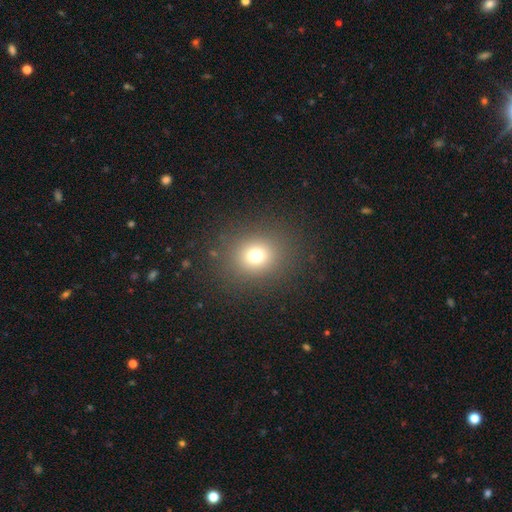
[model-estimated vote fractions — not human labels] smooth-or-featured: smooth: 72% | star or artifact: 19% | featured or disk: 9%
  how-rounded: round: 78% | in between: 21% | cigar-shaped: 1%
  merging: none: 87% | minor disturbance: 7% | major disturbance: 5% | merger: 1%